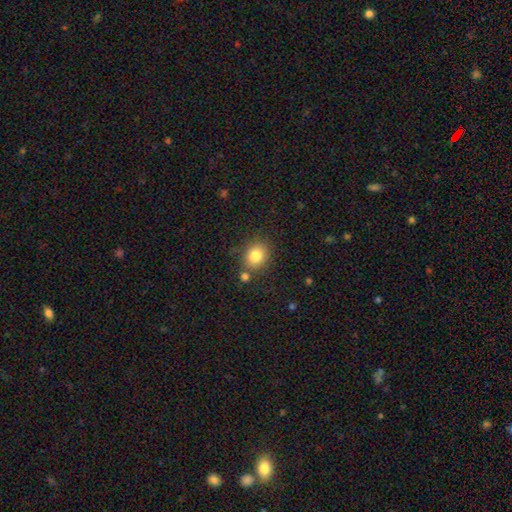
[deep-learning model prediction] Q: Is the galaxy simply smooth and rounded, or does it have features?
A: smooth — 81%.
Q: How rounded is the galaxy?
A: round — 67%.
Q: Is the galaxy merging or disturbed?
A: none — 75%.